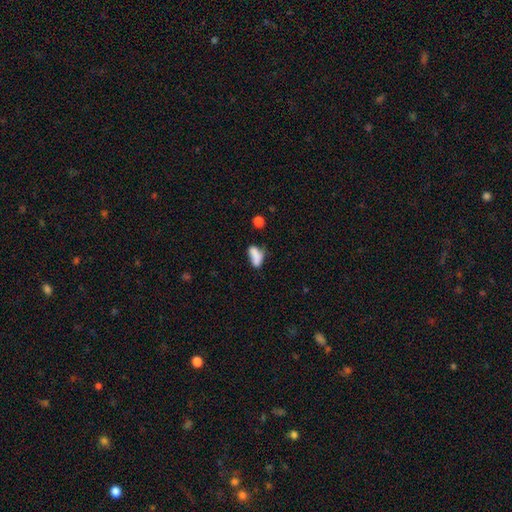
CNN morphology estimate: Smooth or featured? smooth (78%)
How rounded? in between (81%)
Merging? none (42%)